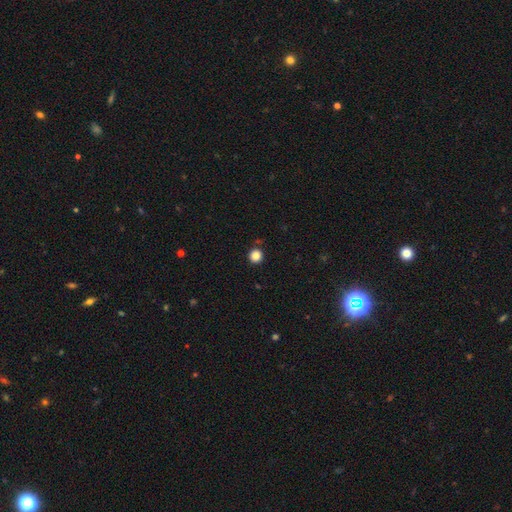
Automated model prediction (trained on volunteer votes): This appears to be a smooth galaxy with no disk features (86%) that is round (93%). Merging: none (89%).